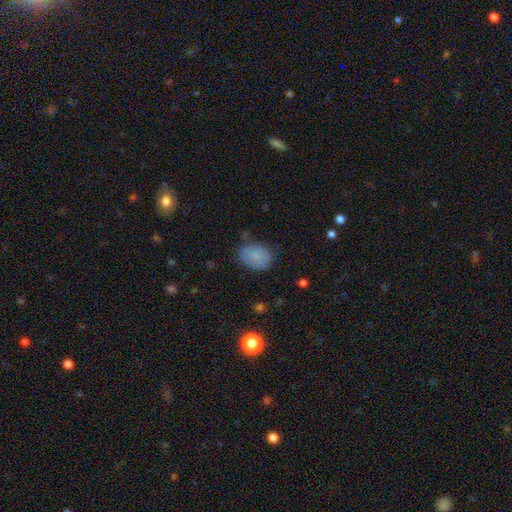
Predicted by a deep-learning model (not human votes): Smooth or featured: smooth — 82% (star or artifact — 9%)
How rounded: in between — 71% (round — 28%)
Merging: none — 72% (minor disturbance — 20%)